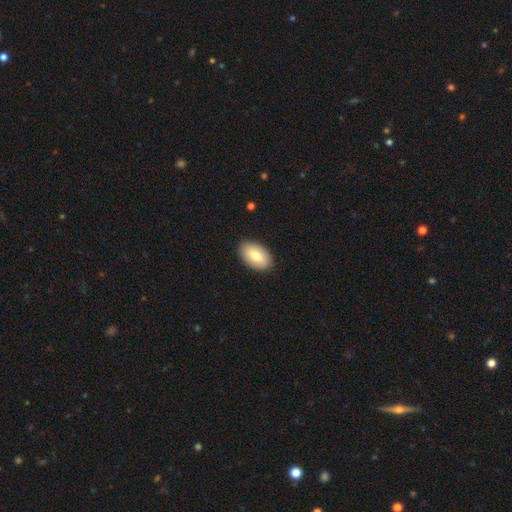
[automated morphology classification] Smooth or featured? Predicted: smooth (p=0.77). How rounded? Predicted: in between (p=0.94). Merging? Predicted: none (p=0.89).